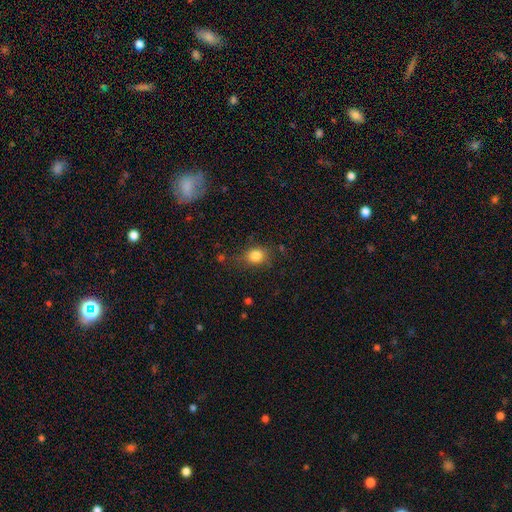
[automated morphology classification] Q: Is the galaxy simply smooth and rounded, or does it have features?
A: smooth — 82%.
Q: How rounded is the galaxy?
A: round — 54%.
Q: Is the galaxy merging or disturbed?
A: none — 73%.